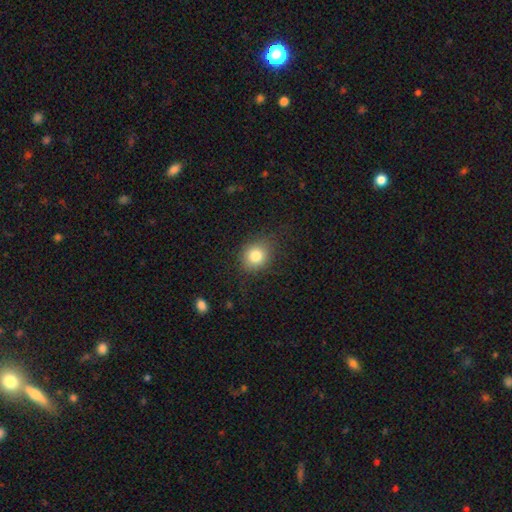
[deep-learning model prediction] Smooth or featured: smooth — 81% (star or artifact — 11%)
How rounded: round — 77% (in between — 22%)
Merging: none — 81% (minor disturbance — 13%)